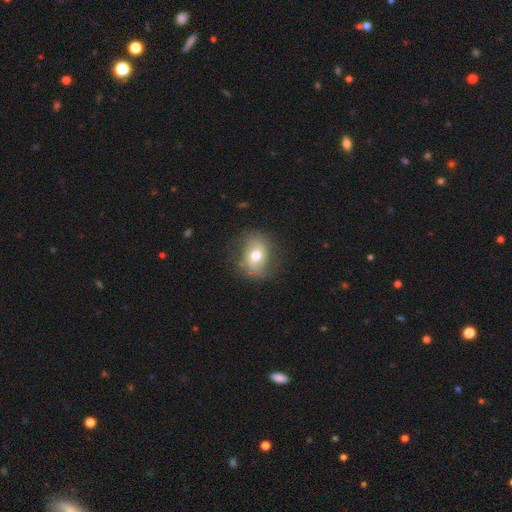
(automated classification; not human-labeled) Smooth or featured: smooth — 61% (featured or disk — 30%)
How rounded: in between — 57% (round — 41%)
Merging: none — 74% (minor disturbance — 18%)